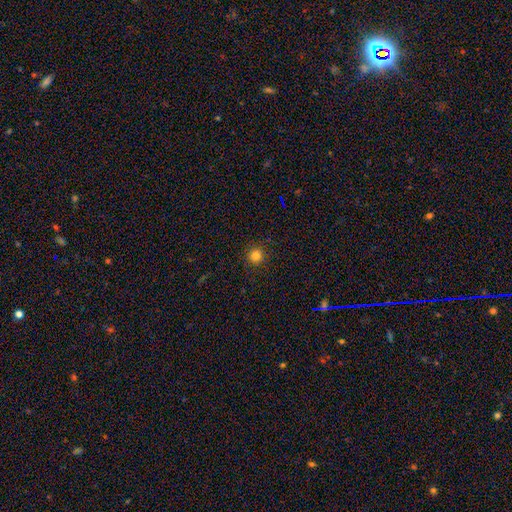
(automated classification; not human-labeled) Smooth or featured?
  - smooth: 81% *
  - star or artifact: 14%
  - featured or disk: 5%
How rounded?
  - round: 95% *
  - in between: 4%
  - cigar-shaped: 1%
Merging?
  - none: 91% *
  - minor disturbance: 6%
  - major disturbance: 2%
  - merger: 1%